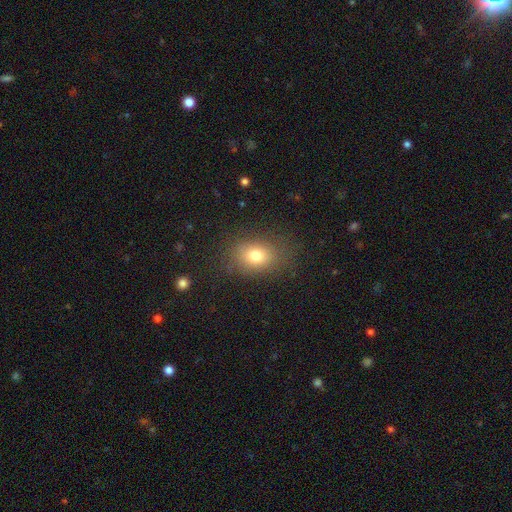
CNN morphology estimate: type=smooth (77%); roundness=in between (65%); merging=none (80%).